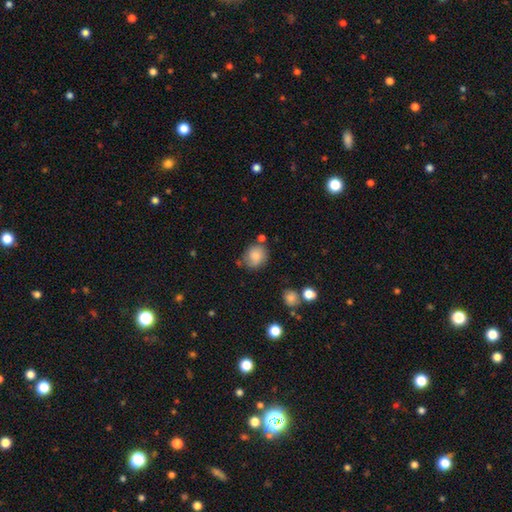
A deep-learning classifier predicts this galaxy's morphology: Smooth or featured: smooth — 79% (featured or disk — 12%)
How rounded: round — 76% (in between — 23%)
Merging: none — 65% (minor disturbance — 21%)